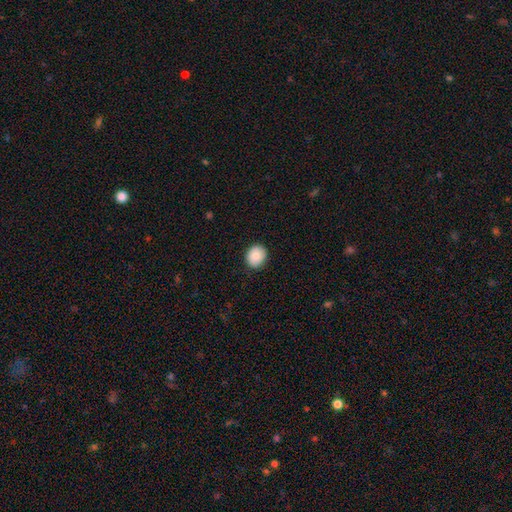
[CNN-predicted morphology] Overall: smooth (87%). How rounded: round (66%; in between 33%). Merging: none (88%).